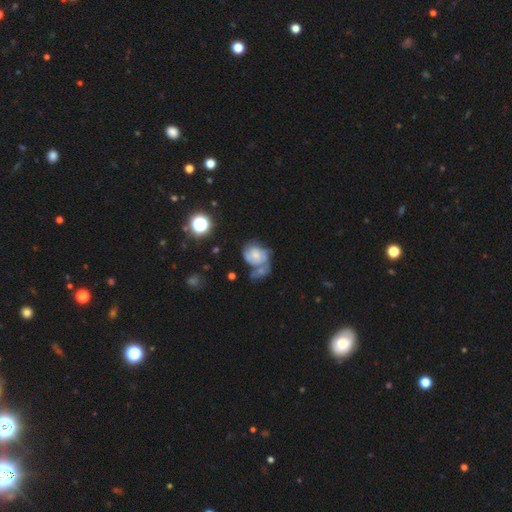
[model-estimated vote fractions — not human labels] Q: Smooth or featured?
A: featured or disk (58%); runner-up: smooth (33%)
Q: Edge-on disk?
A: no (98%); runner-up: yes (2%)
Q: Bar?
A: no (76%); runner-up: weak (20%)
Q: Spiral arms?
A: yes (76%); runner-up: no (24%)
Q: Bulge size?
A: small (39%); runner-up: moderate (35%)
Q: Merging?
A: merger (34%); runner-up: none (27%)